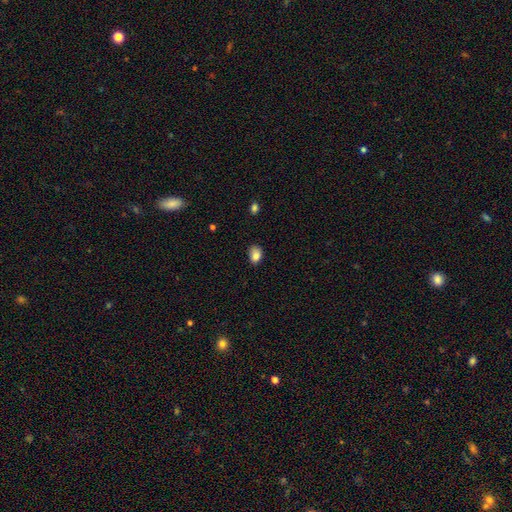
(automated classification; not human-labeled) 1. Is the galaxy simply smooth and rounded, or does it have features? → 84% smooth, 10% star or artifact, 6% featured or disk.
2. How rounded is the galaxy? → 73% in between, 25% round, 1% cigar-shaped.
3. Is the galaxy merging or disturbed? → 66% none, 27% minor disturbance, 5% major disturbance, 2% merger.